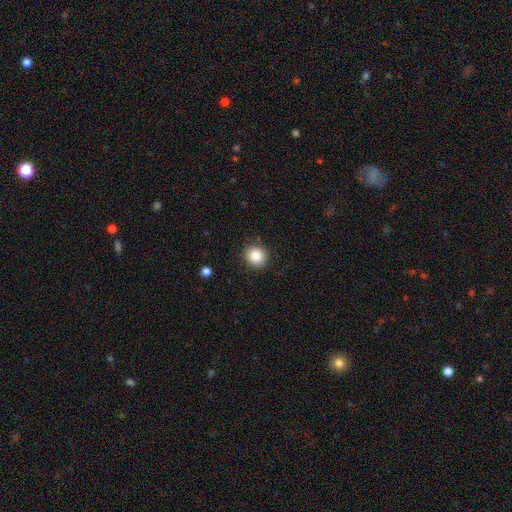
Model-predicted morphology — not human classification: Overall: smooth (85%). How rounded: round (87%). Merging: none (89%).